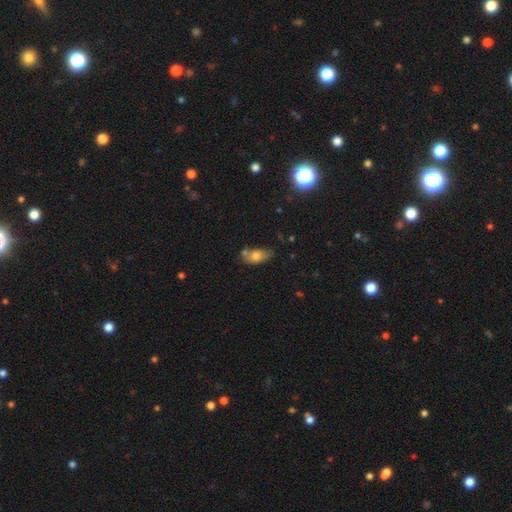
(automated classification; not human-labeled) This is likely a smooth galaxy (72%). How rounded: clearly in between (87%). Merging: possibly none (50%).